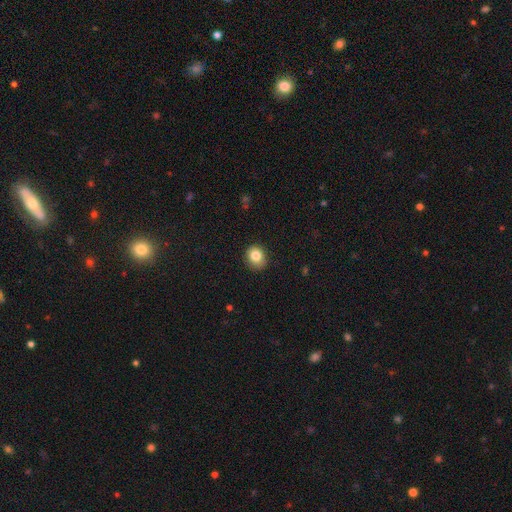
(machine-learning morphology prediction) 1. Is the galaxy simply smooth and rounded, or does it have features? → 83% smooth, 10% star or artifact, 7% featured or disk.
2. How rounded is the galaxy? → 75% round, 25% in between, 1% cigar-shaped.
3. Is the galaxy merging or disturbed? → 86% none, 11% minor disturbance, 2% major disturbance, 1% merger.